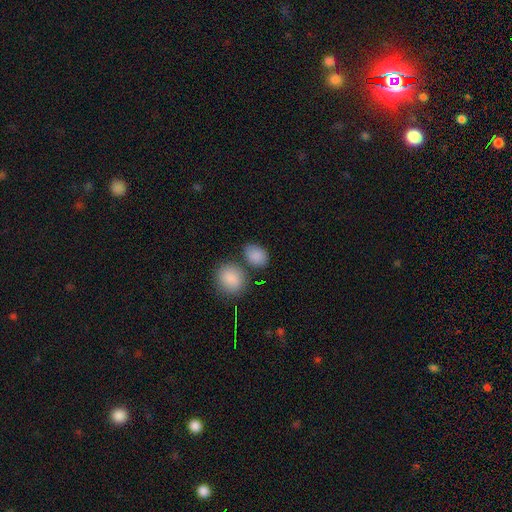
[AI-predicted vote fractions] smooth 87%, star or artifact 8%, featured or disk 5%. Down the decision tree: how rounded — in between (74%); merging — none (64%).